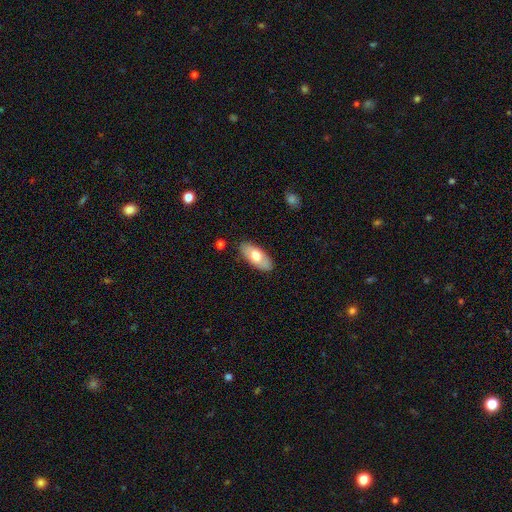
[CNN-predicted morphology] Smooth or featured?
  - smooth: 68% *
  - featured or disk: 26%
  - star or artifact: 6%
How rounded?
  - in between: 89% *
  - cigar-shaped: 8%
  - round: 2%
Merging?
  - none: 86% *
  - minor disturbance: 10%
  - major disturbance: 2%
  - merger: 2%